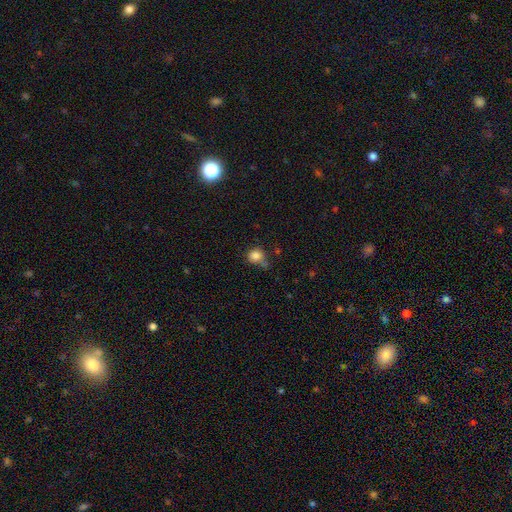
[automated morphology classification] Smooth or featured? smooth (83%)
How rounded? round (82%)
Merging? none (57%)